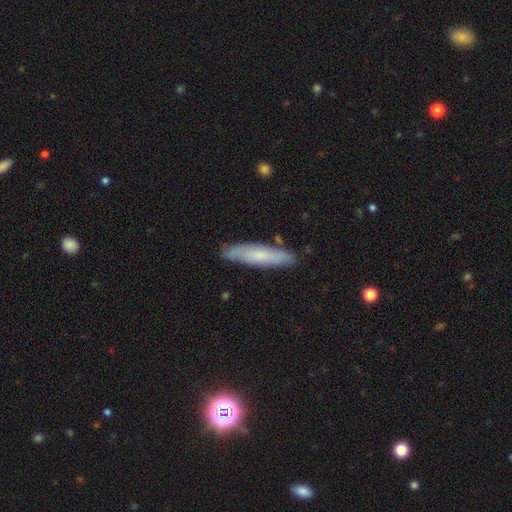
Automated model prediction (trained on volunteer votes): smooth-or-featured: smooth: 52% | featured or disk: 38% | star or artifact: 10%
  how-rounded: cigar-shaped: 85% | in between: 13% | round: 2%
  merging: none: 86% | minor disturbance: 11% | major disturbance: 2% | merger: 1%